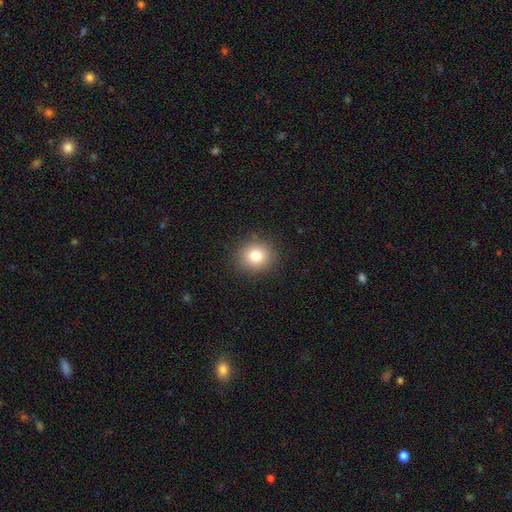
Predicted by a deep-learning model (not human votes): smooth 79%, star or artifact 12%, featured or disk 9%. Down the decision tree: how rounded — round (87%); merging — none (90%).